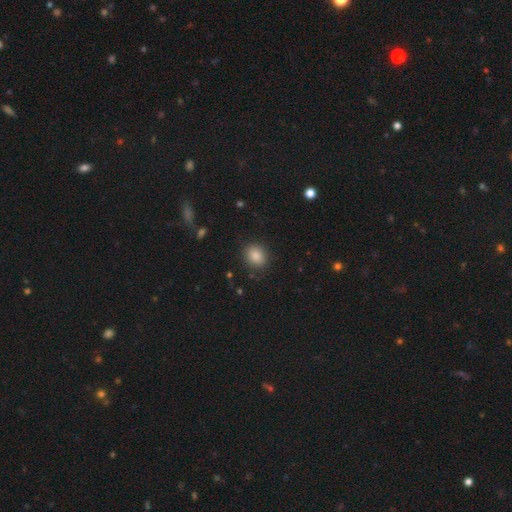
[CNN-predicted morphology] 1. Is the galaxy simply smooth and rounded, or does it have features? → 86% smooth, 9% star or artifact, 5% featured or disk.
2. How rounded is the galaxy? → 61% round, 38% in between, 1% cigar-shaped.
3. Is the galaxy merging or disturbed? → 87% none, 9% minor disturbance, 3% major disturbance, 1% merger.